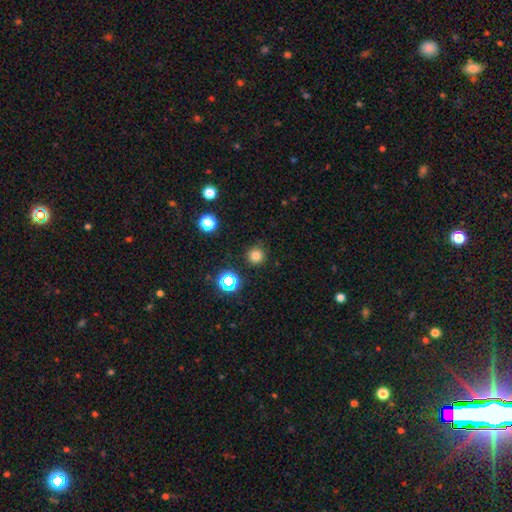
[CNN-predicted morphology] Q: Smooth or featured?
A: smooth (77%); runner-up: star or artifact (18%)
Q: How rounded?
A: round (95%); runner-up: in between (4%)
Q: Merging?
A: none (89%); runner-up: minor disturbance (7%)